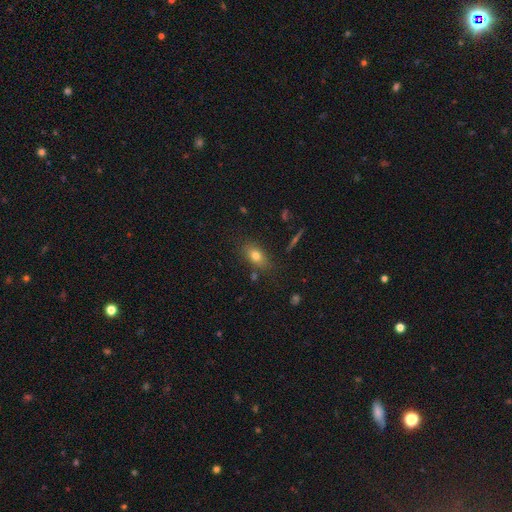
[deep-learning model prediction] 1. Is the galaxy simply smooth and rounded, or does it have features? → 74% smooth, 14% featured or disk, 12% star or artifact.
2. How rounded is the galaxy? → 79% in between, 16% round, 5% cigar-shaped.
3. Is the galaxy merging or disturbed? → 78% none, 14% minor disturbance, 4% major disturbance, 4% merger.